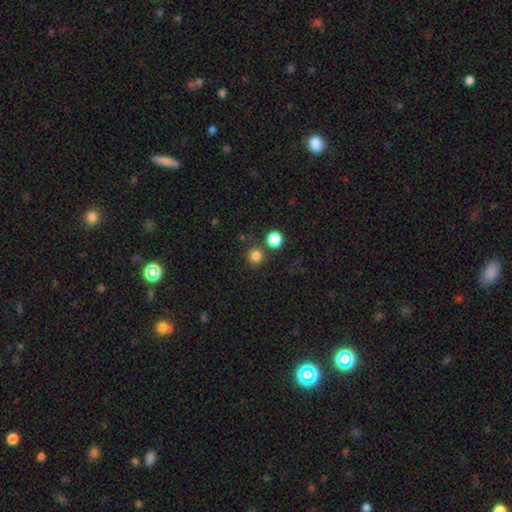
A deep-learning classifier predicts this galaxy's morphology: A smooth galaxy with no disk features (82%) that is round (95%).

Vote fractions:
- Smooth or featured? smooth: 82% / star or artifact: 14% / featured or disk: 4%
- How rounded? round: 95% / in between: 4% / cigar-shaped: 1%
- Merging? none: 80% / merger: 11% / minor disturbance: 6% / major disturbance: 3%